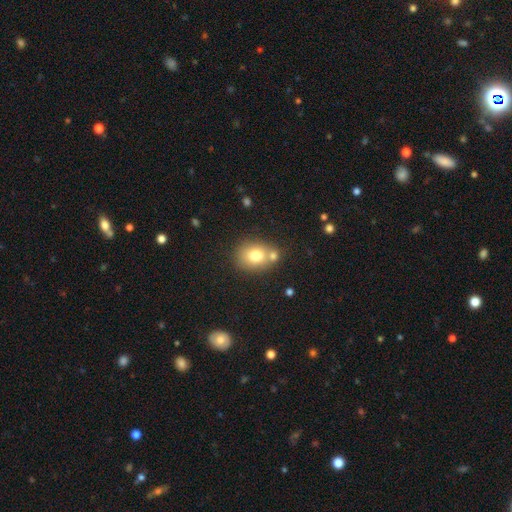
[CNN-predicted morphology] A smooth galaxy with no disk features (74%) that is round (59%). Merging: none (56%).